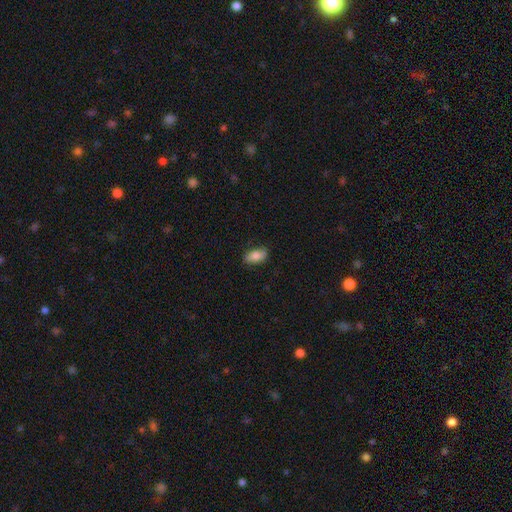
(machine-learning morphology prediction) This appears to be a smooth galaxy with no disk features (80%) that is in between round and cigar-shaped (90%). Merging: none (82%).